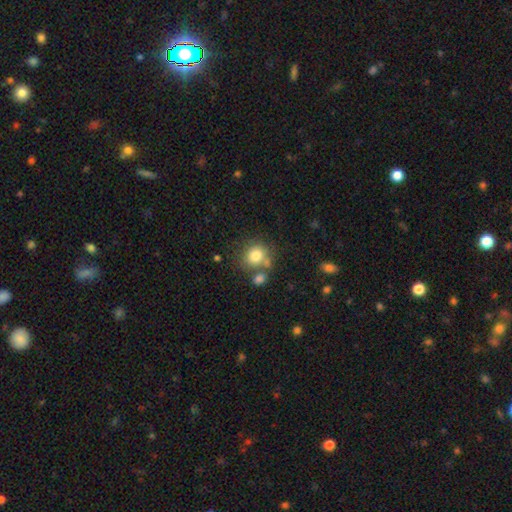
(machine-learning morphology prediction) smooth-or-featured: smooth: 79% | featured or disk: 11% | star or artifact: 10%
  how-rounded: round: 77% | in between: 22% | cigar-shaped: 1%
  merging: none: 58% | merger: 22% | minor disturbance: 15% | major disturbance: 6%